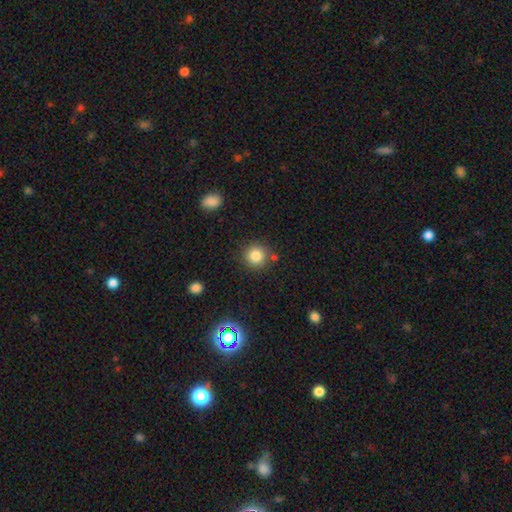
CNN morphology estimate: The model was most divided on "smooth or featured": smooth: 84%, star or artifact: 11%, featured or disk: 6%. More confident: how rounded — round (93%); merging — none (83%).